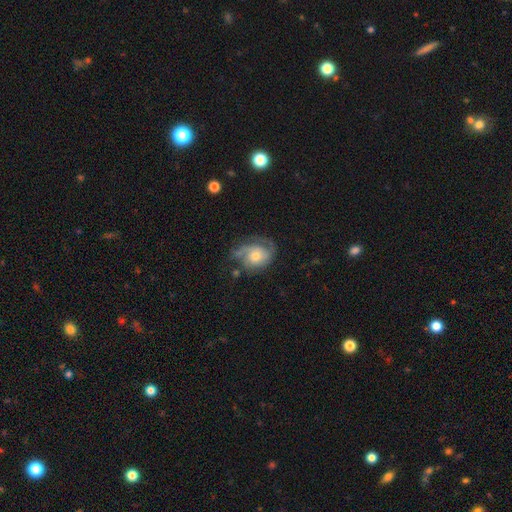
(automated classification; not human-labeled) featured or disk 69%, smooth 24%, star or artifact 7%. Down the decision tree: edge-on disk — no (97%); bar — no (78%); spiral arms — yes (87%); spiral arm count — 2 (46%); spiral winding — medium (40%); bulge size — moderate (56%); merging — none (51%).